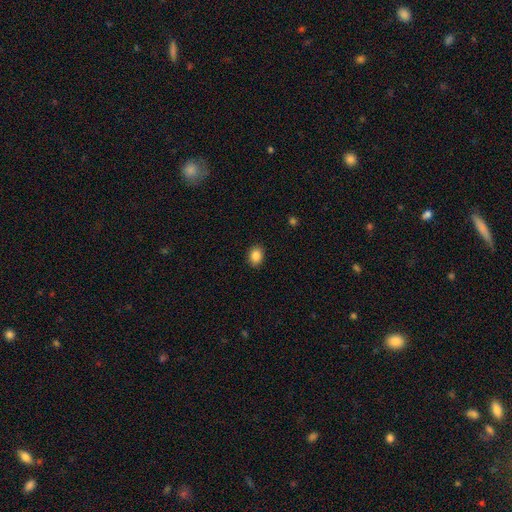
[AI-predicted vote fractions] A smooth galaxy with no disk features (87%) that is in between round and cigar-shaped (57%). Merging: none (90%).